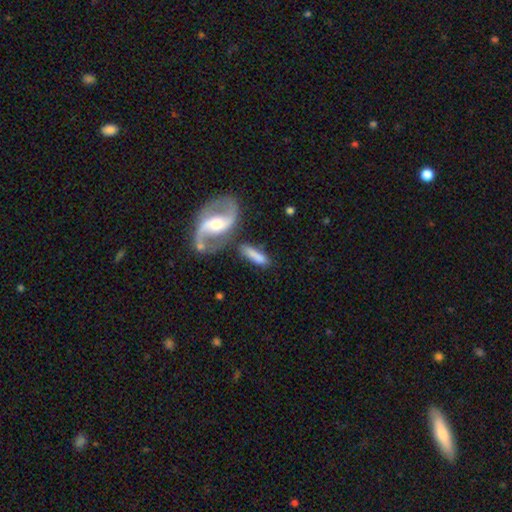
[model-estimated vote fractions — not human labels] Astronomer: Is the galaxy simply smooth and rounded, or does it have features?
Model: smooth — 60%.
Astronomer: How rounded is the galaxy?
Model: cigar-shaped — 58% (runner-up: in between, 38%).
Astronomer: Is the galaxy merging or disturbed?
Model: none — 60%.